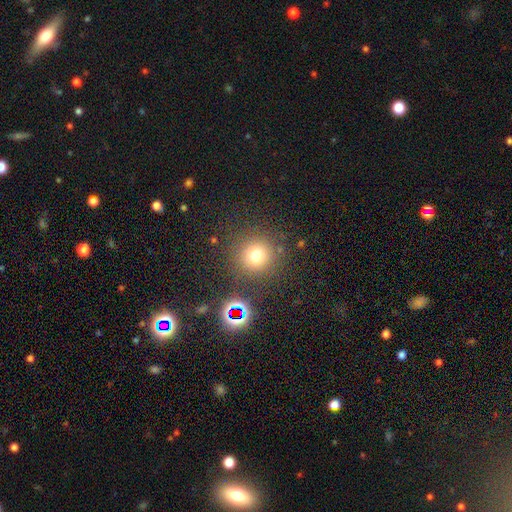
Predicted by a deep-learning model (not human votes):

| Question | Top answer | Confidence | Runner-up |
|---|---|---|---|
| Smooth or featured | smooth | 74% | star or artifact (18%) |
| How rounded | round | 93% | in between (6%) |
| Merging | none | 84% | minor disturbance (8%) |